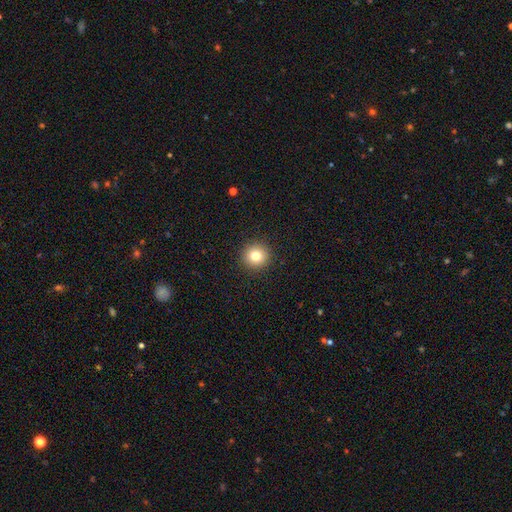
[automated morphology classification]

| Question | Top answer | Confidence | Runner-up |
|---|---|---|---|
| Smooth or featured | smooth | 79% | star or artifact (12%) |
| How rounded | round | 95% | in between (4%) |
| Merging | none | 93% | minor disturbance (5%) |